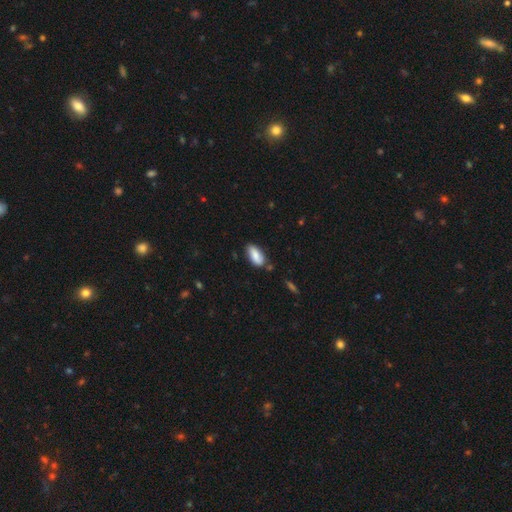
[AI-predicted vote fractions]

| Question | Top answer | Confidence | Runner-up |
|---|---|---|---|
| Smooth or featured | smooth | 81% | featured or disk (12%) |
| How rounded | in between | 90% | cigar-shaped (8%) |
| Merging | none | 73% | minor disturbance (19%) |